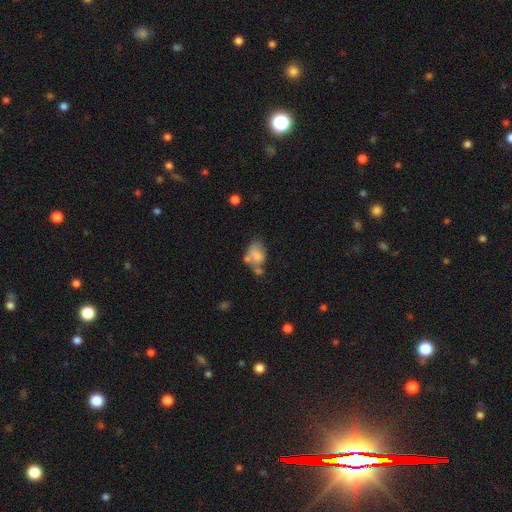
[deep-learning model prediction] smooth_or_featured: smooth (p=0.66) [alt: featured or disk p=0.24]
how_rounded: in between (p=0.83) [alt: round p=0.16]
merging: merger (p=0.35) [alt: none p=0.29]